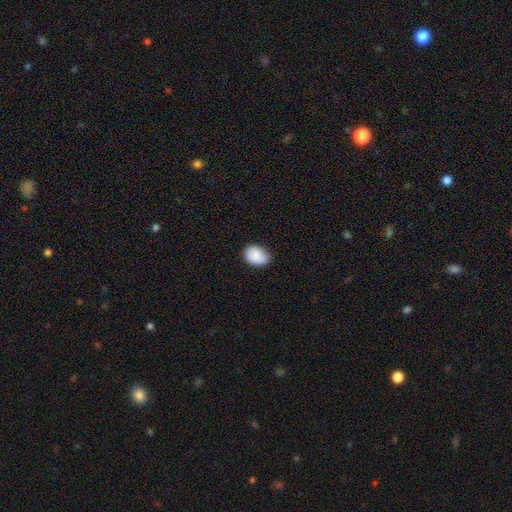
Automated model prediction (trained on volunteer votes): A smooth galaxy with no disk features (87%) that is in between round and cigar-shaped (72%).

Vote fractions:
- Smooth or featured? smooth: 87% / star or artifact: 7% / featured or disk: 6%
- How rounded? in between: 72% / round: 27% / cigar-shaped: 1%
- Merging? none: 76% / minor disturbance: 20% / major disturbance: 3% / merger: 1%